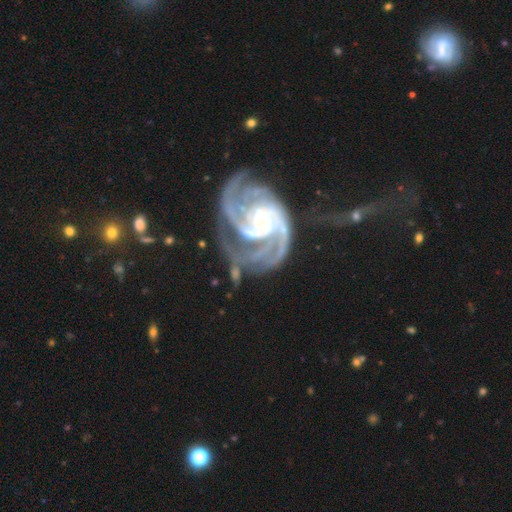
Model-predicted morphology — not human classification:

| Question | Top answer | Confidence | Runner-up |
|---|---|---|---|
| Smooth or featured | featured or disk | 92% | star or artifact (5%) |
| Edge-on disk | no | 98% | yes (2%) |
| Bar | no | 46% | weak (36%) |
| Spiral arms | yes | 98% | no (2%) |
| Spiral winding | tight | 55% | medium (37%) |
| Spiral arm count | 3 | 33% | 2 (30%) |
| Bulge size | moderate | 49% | small (42%) |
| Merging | none | 47% | major disturbance (24%) |